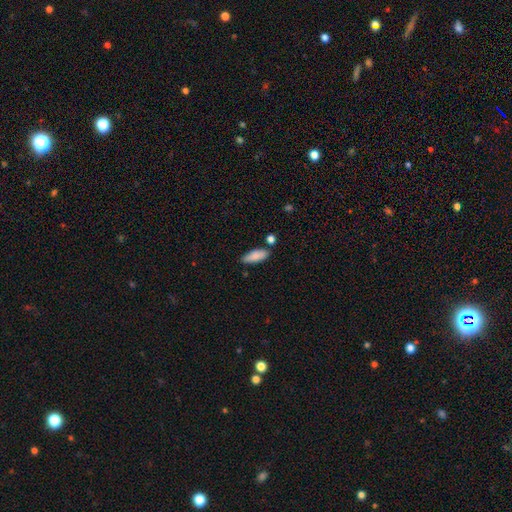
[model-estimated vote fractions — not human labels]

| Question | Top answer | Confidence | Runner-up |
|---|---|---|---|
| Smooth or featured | smooth | 85% | featured or disk (9%) |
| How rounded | in between | 71% | cigar-shaped (27%) |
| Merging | none | 77% | minor disturbance (14%) |